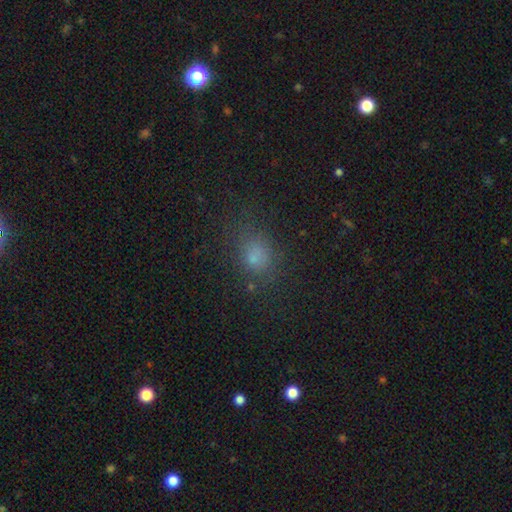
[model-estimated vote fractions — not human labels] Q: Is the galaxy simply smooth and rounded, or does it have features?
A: smooth — 71%.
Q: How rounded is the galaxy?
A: round — 50%.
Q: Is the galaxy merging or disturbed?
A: none — 69%.